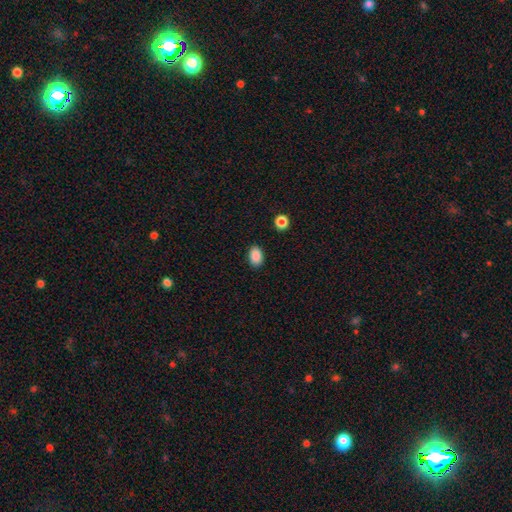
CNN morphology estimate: smooth_or_featured: smooth (p=0.88) [alt: star or artifact p=0.09]
how_rounded: in between (p=0.82) [alt: round p=0.17]
merging: none (p=0.88) [alt: minor disturbance p=0.08]